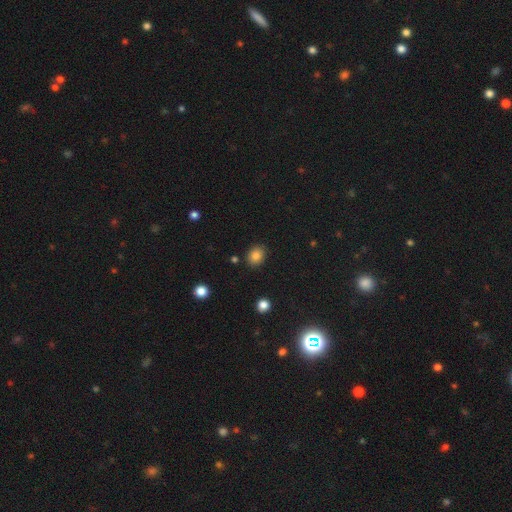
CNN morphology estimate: Overall: smooth (84%). How rounded: round (51%; in between 48%). Merging: none (85%).